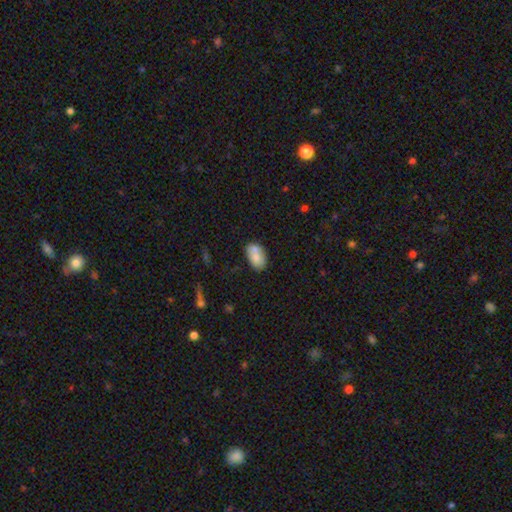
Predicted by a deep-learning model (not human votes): smooth 74%, featured or disk 19%, star or artifact 7%. Down the decision tree: how rounded — in between (89%); merging — none (53%).